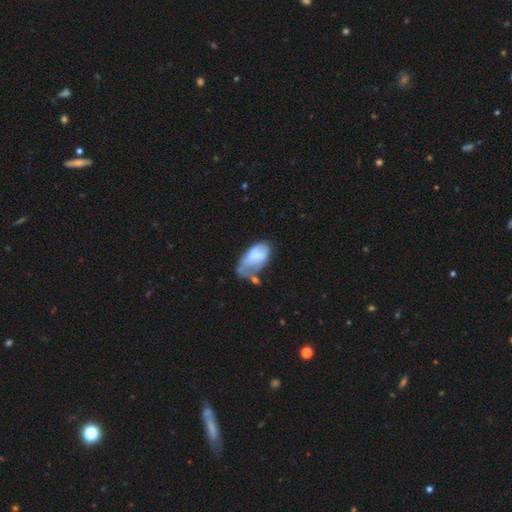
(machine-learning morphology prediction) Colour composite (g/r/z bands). It shows a smooth galaxy with no disk features (61%) that is in between round and cigar-shaped (93%). Merging: major disturbance (34%).